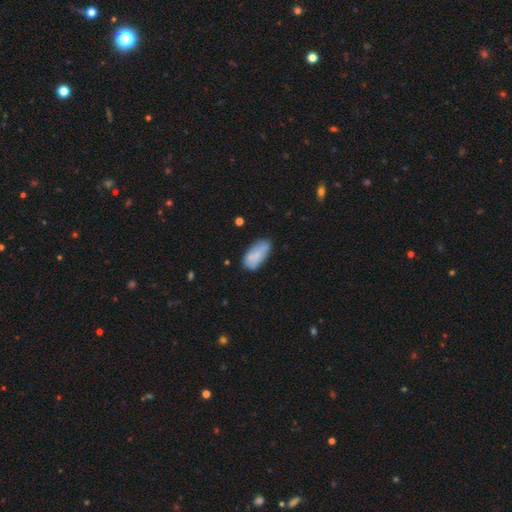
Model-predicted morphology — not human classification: smooth 71%, featured or disk 22%, star or artifact 7%. Down the decision tree: how rounded — in between (90%); merging — none (60%).